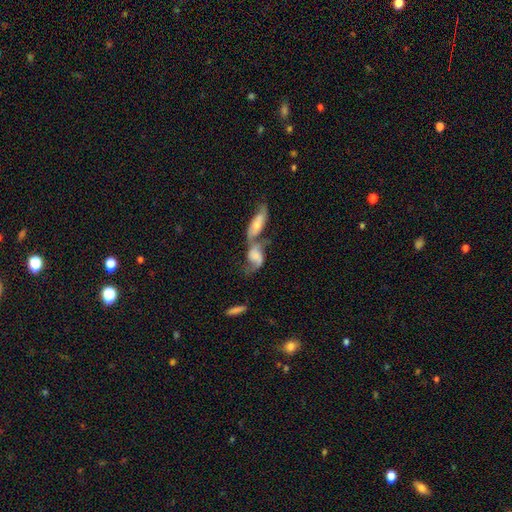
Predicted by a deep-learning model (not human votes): Smooth or featured?
  - featured or disk: 73% *
  - smooth: 21%
  - star or artifact: 6%
Edge-on disk?
  - no: 93% *
  - yes: 7%
Bar?
  - no: 55% *
  - weak: 34%
  - strong: 10%
Spiral arms?
  - yes: 92% *
  - no: 8%
Spiral winding?
  - loose: 65% *
  - medium: 28%
  - tight: 7%
Spiral arm count?
  - 2: 87% *
  - 1: 5%
  - can't tell: 5%
  - 3: 1%
  - 4: 1%
  - more than 4: 1%
Bulge size?
  - moderate: 32% *
  - small: 31%
  - none: 20%
  - large: 14%
  - dominant: 3%
Merging?
  - merger: 68% *
  - none: 17%
  - minor disturbance: 8%
  - major disturbance: 7%